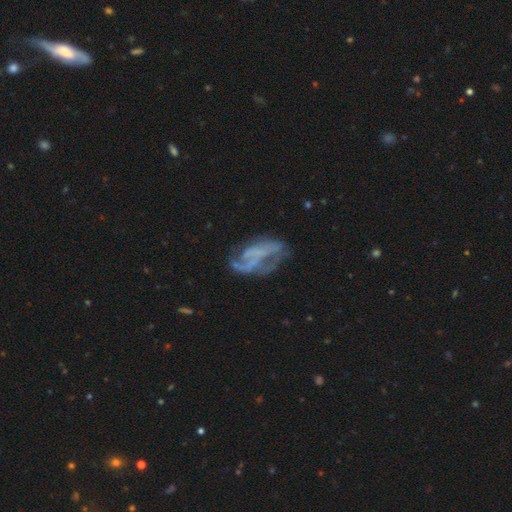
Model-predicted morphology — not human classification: smooth_or_featured: featured or disk (p=0.71) [alt: smooth p=0.17]
disk_edge_on: no (p=0.96) [alt: yes p=0.04]
bar: no (p=0.66) [alt: weak p=0.22]
has_spiral_arms: yes (p=0.59) [alt: no p=0.41]
bulge_size: none (p=0.76) [alt: small p=0.13]
merging: none (p=0.42) [alt: major disturbance p=0.31]